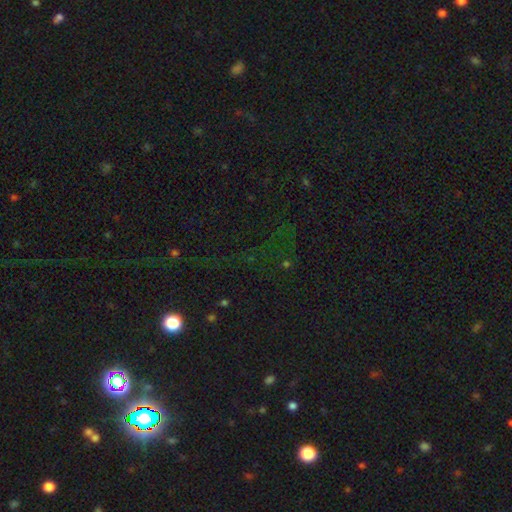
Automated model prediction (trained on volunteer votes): star or artifact 78%, smooth 14%, featured or disk 9%.